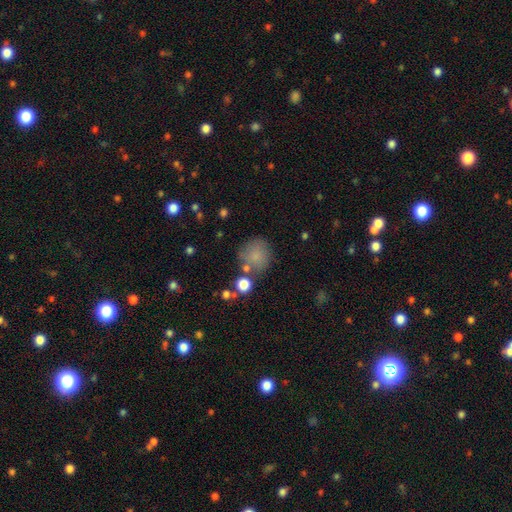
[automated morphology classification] This is likely a smooth galaxy (80%). How rounded: clearly round (88%). Merging: likely none (68%).